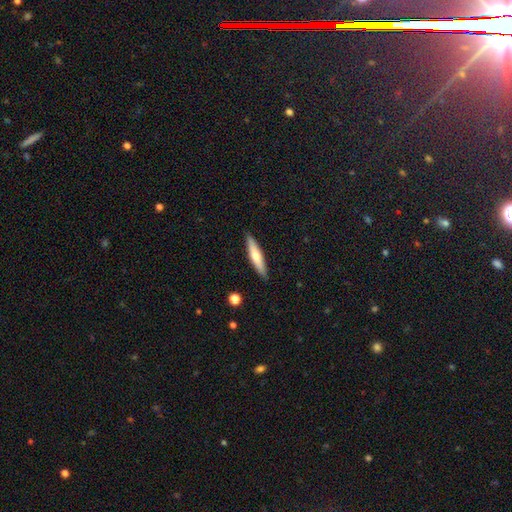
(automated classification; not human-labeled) Q: Smooth or featured?
A: smooth (55%); runner-up: featured or disk (39%)
Q: How rounded?
A: cigar-shaped (86%); runner-up: in between (12%)
Q: Merging?
A: none (90%); runner-up: minor disturbance (8%)